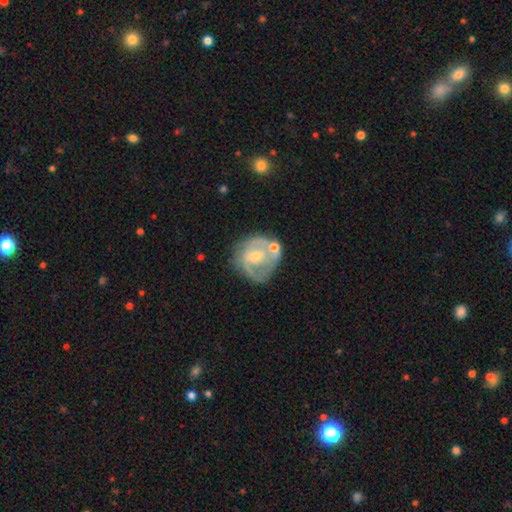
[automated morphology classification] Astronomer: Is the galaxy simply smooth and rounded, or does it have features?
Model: featured or disk — 71%.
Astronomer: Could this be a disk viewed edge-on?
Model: no — 97%.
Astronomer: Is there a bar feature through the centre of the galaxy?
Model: no — 61%.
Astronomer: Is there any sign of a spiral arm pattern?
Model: yes — 70%.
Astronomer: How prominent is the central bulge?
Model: small — 57% (runner-up: moderate, 36%).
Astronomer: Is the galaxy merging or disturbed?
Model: none — 52%.